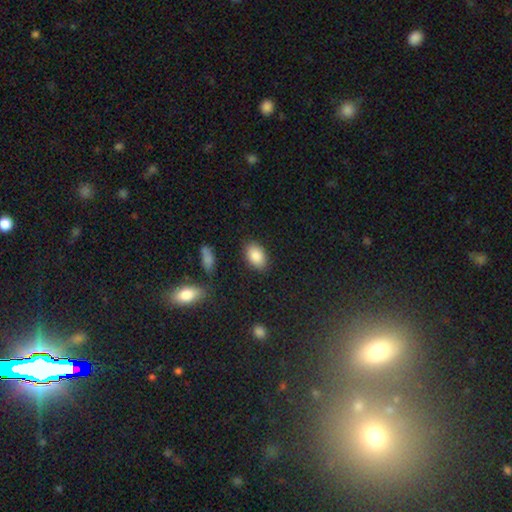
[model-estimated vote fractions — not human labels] Q: Smooth or featured?
A: smooth (87%); runner-up: star or artifact (8%)
Q: How rounded?
A: in between (89%); runner-up: round (9%)
Q: Merging?
A: none (84%); runner-up: minor disturbance (11%)